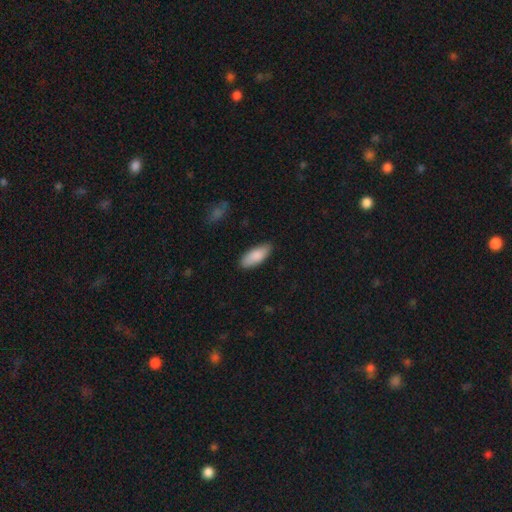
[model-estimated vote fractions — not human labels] Smooth or featured? smooth (87%)
How rounded? in between (79%)
Merging? none (86%)